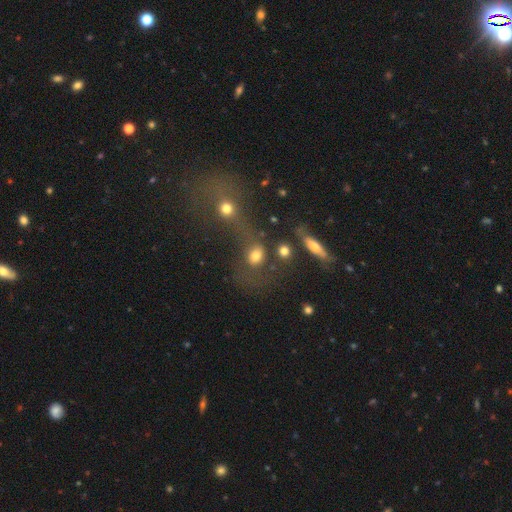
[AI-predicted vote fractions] A smooth galaxy with no disk features (73%) that is round (49%). Merging: none (43%).